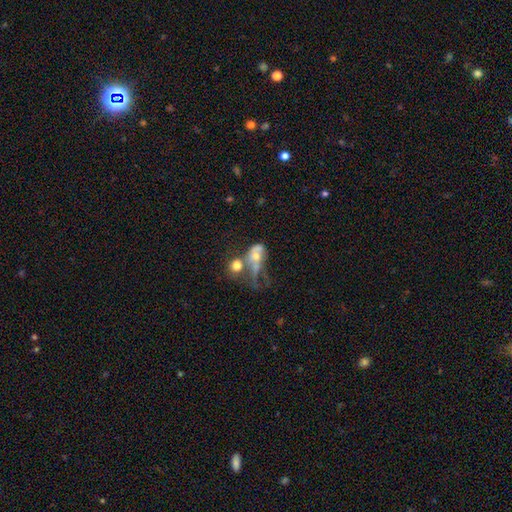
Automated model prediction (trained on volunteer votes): A smooth galaxy with no disk features (47%).

Vote fractions:
- Smooth or featured? smooth: 47% / featured or disk: 41% / star or artifact: 12%
- Merging? merger: 49% / major disturbance: 29% / none: 13% / minor disturbance: 9%